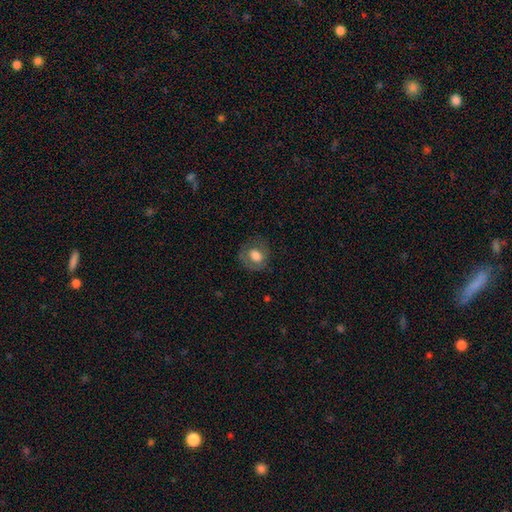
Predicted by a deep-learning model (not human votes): smooth-or-featured: smooth: 66% | featured or disk: 26% | star or artifact: 9%
  how-rounded: round: 63% | in between: 36% | cigar-shaped: 1%
  merging: none: 68% | minor disturbance: 19% | major disturbance: 11% | merger: 1%